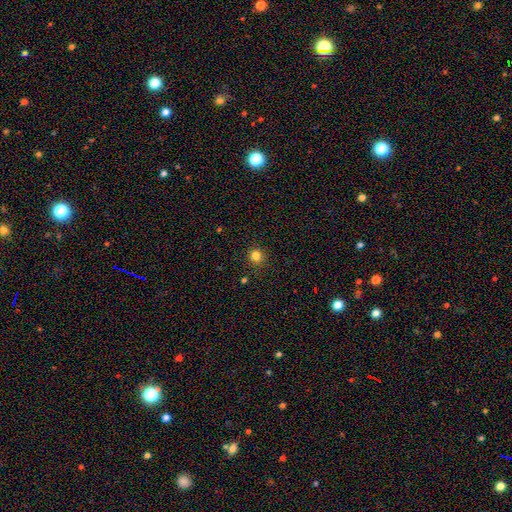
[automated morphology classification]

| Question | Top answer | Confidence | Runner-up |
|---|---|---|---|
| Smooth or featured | smooth | 82% | star or artifact (14%) |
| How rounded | round | 93% | in between (6%) |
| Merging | none | 89% | minor disturbance (7%) |